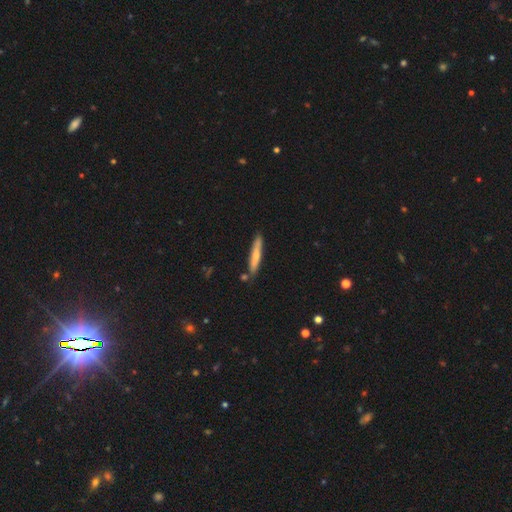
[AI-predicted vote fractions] Morphology: type=smooth (66%); roundness=cigar-shaped (93%); merging=none (82%).